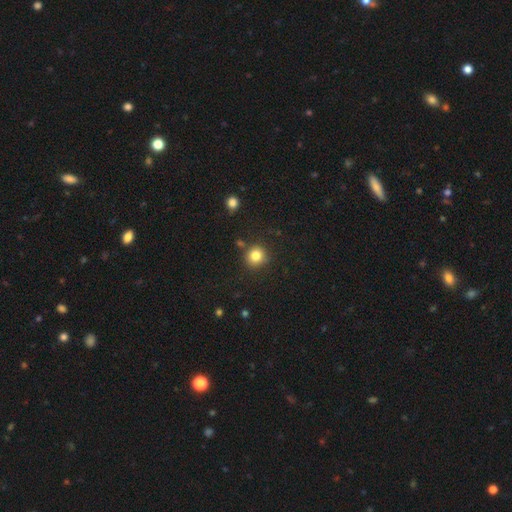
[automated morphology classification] smooth 82%, star or artifact 12%, featured or disk 6%. Down the decision tree: how rounded — round (90%); merging — none (83%).